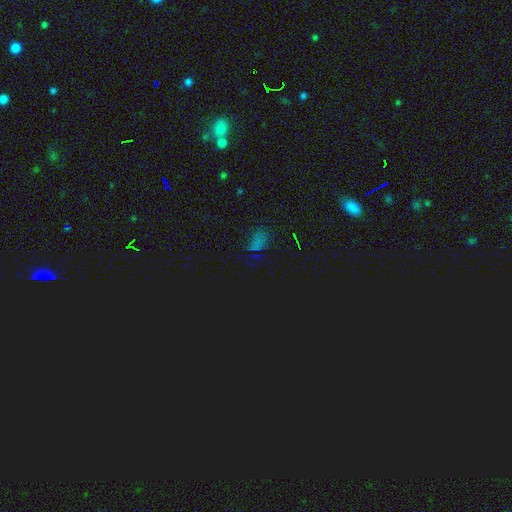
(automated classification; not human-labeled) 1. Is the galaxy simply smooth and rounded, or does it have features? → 62% star or artifact, 30% smooth, 8% featured or disk.